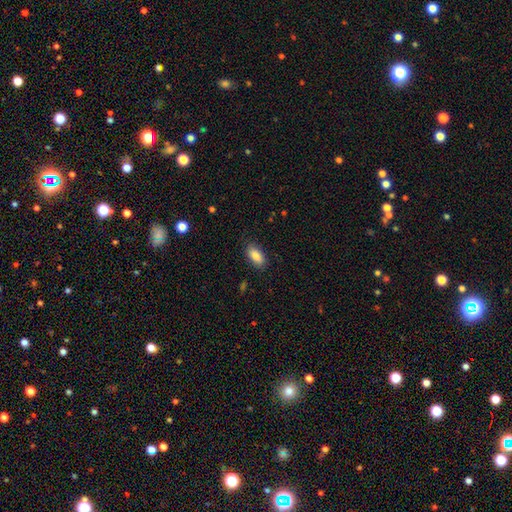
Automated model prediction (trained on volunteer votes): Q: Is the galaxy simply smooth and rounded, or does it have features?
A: smooth — 88%.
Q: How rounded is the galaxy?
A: in between — 91%.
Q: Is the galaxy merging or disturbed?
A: none — 85%.